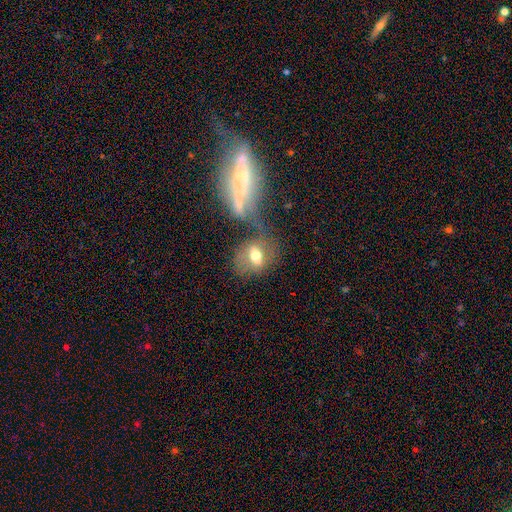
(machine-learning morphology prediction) A smooth galaxy with no disk features (52%) that is in between round and cigar-shaped (64%). Merging: none (37%, tied with merger).